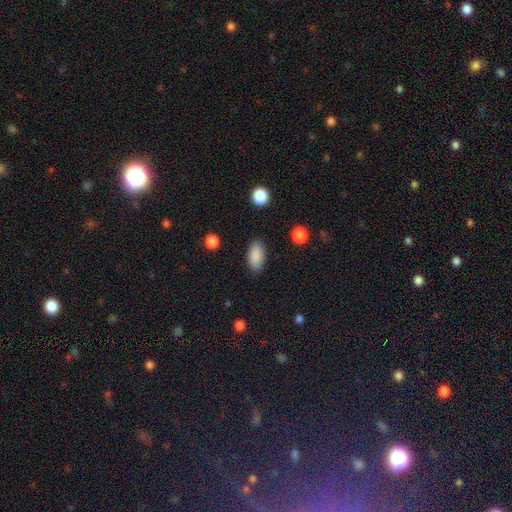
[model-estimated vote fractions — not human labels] A smooth galaxy with no disk features (89%) that is in between round and cigar-shaped (91%). Merging: none (87%).